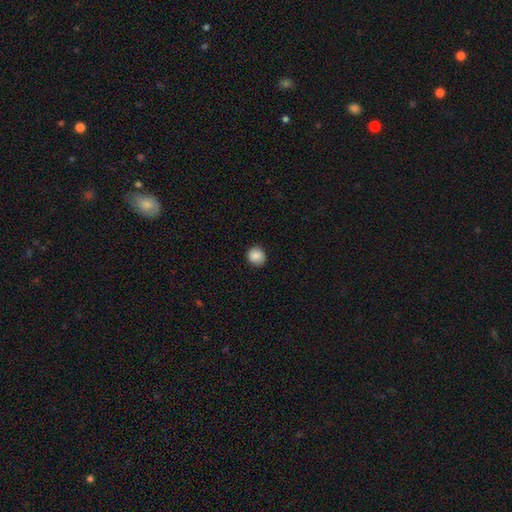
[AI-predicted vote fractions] Morphology: type=smooth (86%); roundness=round (88%); merging=none (89%).